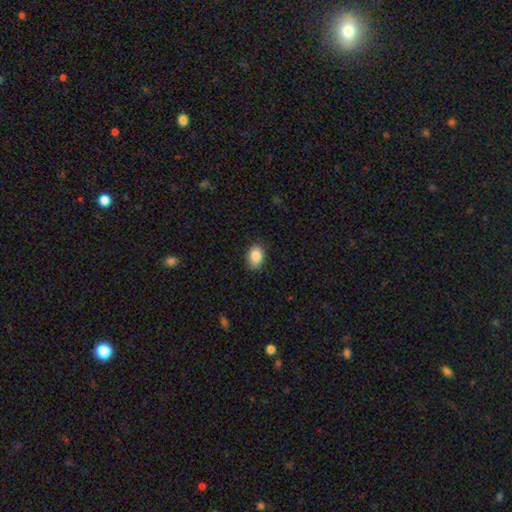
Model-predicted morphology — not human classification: Q: Smooth or featured?
A: smooth (87%); runner-up: star or artifact (8%)
Q: How rounded?
A: in between (77%); runner-up: round (22%)
Q: Merging?
A: none (84%); runner-up: minor disturbance (13%)